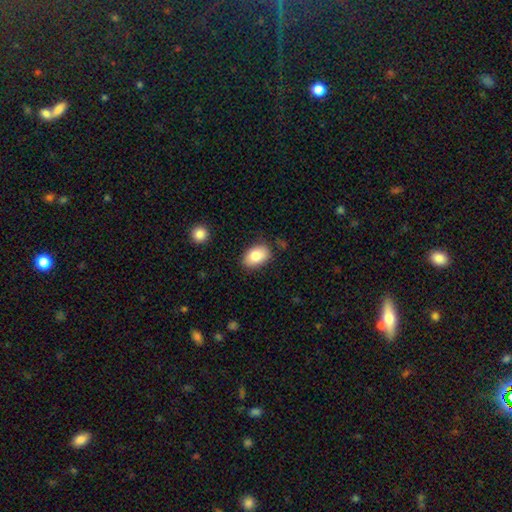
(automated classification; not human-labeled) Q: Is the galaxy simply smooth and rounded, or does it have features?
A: smooth — 84%.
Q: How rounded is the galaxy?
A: in between — 87%.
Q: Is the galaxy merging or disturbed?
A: none — 82%.